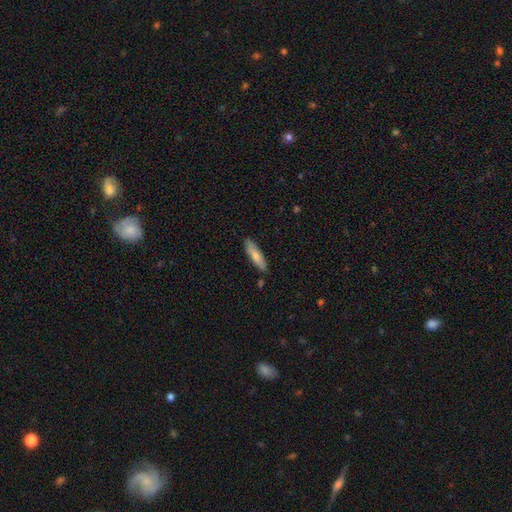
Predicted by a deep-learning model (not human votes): A smooth galaxy with no disk features (75%) that is cigar-shaped (66%).

Vote fractions:
- Smooth or featured? smooth: 75% / featured or disk: 20% / star or artifact: 6%
- How rounded? cigar-shaped: 66% / in between: 33% / round: 2%
- Merging? none: 83% / minor disturbance: 13% / merger: 3% / major disturbance: 2%